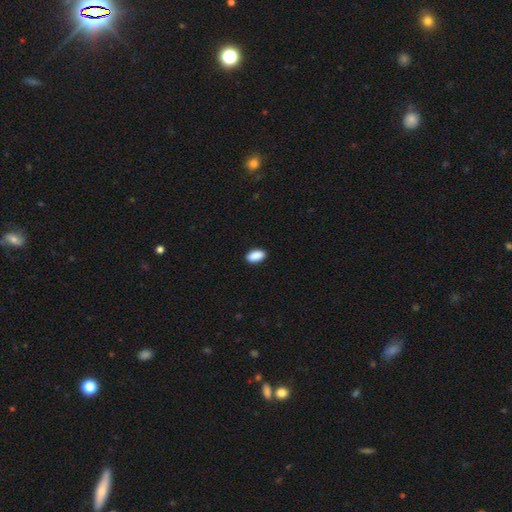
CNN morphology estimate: A smooth galaxy with no disk features (91%) that is in between round and cigar-shaped (94%).

Vote fractions:
- Smooth or featured? smooth: 91% / star or artifact: 7% / featured or disk: 3%
- How rounded? in between: 94% / round: 3% / cigar-shaped: 3%
- Merging? none: 90% / minor disturbance: 8% / major disturbance: 2% / merger: 1%